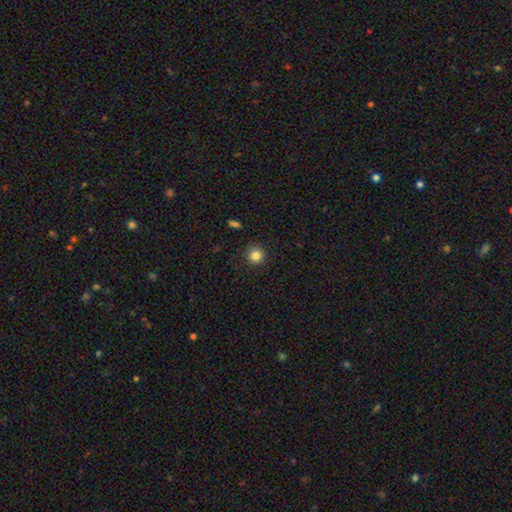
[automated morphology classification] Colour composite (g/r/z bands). It shows a smooth galaxy with no disk features (84%) that is round (94%). Merging: none (91%).